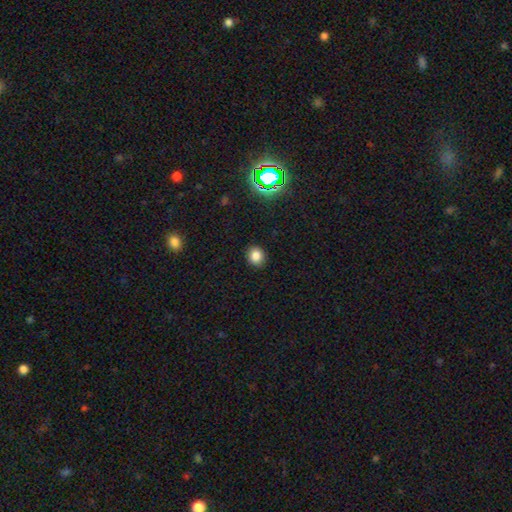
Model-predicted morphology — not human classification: Smooth or featured: smooth — 82% (star or artifact — 14%)
How rounded: round — 75% (in between — 24%)
Merging: none — 90% (minor disturbance — 7%)